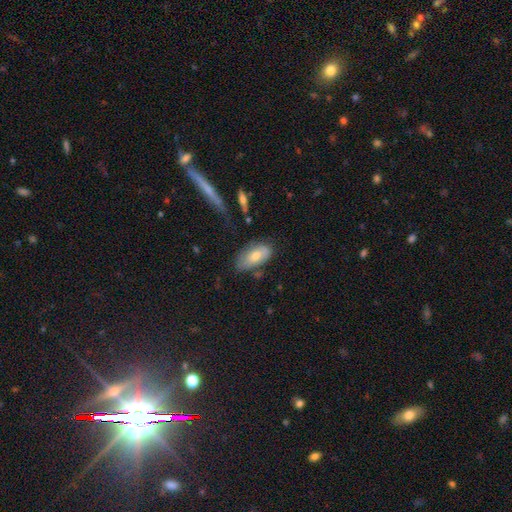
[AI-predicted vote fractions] smooth-or-featured: smooth: 62% | featured or disk: 30% | star or artifact: 8%
  how-rounded: in between: 90% | cigar-shaped: 7% | round: 3%
  merging: none: 60% | minor disturbance: 26% | major disturbance: 8% | merger: 6%